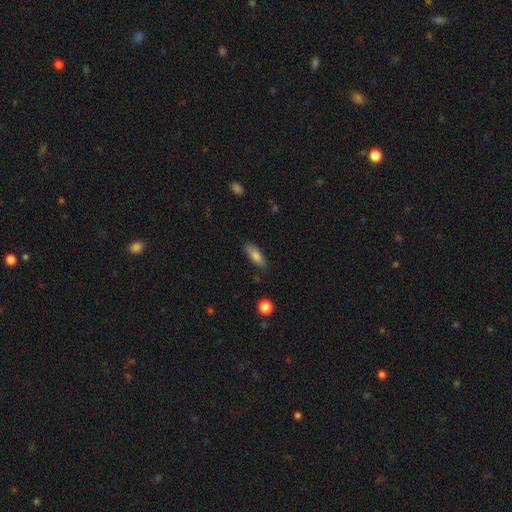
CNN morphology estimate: Smooth or featured? Predicted: smooth (p=0.80). How rounded? Predicted: in between (p=0.67). Merging? Predicted: none (p=0.83).